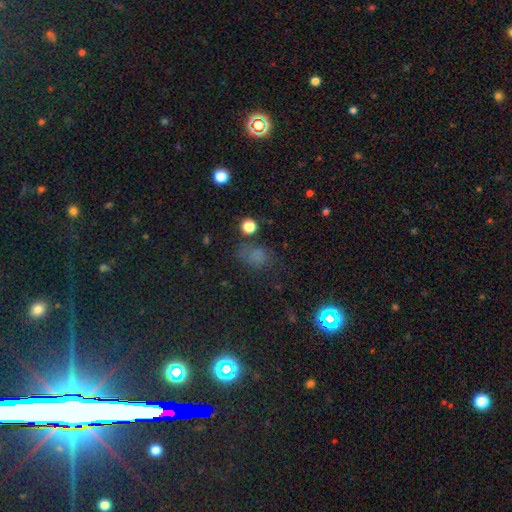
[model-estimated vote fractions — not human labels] Overall: smooth (58%; star or artifact 33%). How rounded: in between (61%; round 37%). Merging: none (59%; minor disturbance 23%).